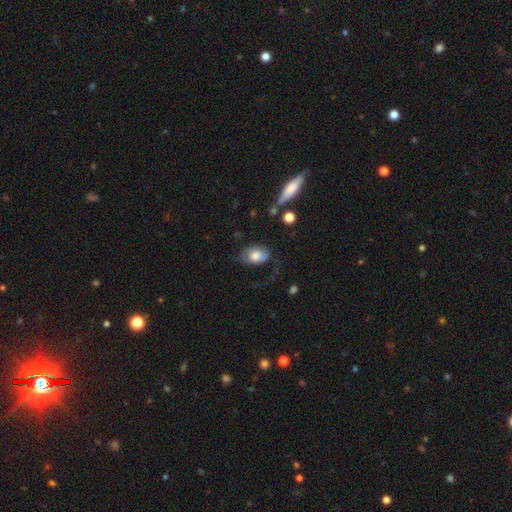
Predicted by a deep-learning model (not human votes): Q: Smooth or featured?
A: smooth (69%); runner-up: featured or disk (24%)
Q: How rounded?
A: in between (82%); runner-up: round (16%)
Q: Merging?
A: none (43%); runner-up: major disturbance (27%)